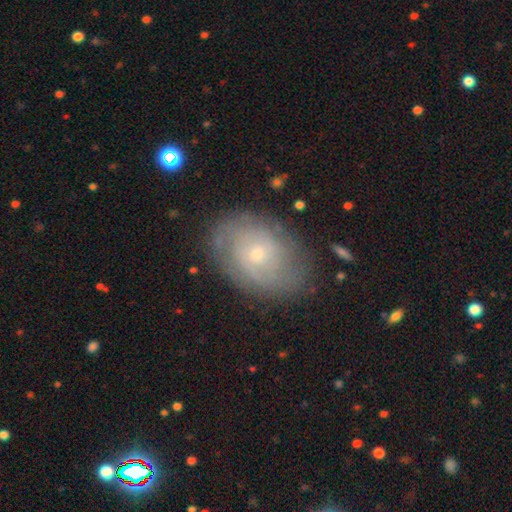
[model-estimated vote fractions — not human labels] Smooth or featured? featured or disk (67%)
Edge-on disk? no (95%)
Bar? no (75%)
Spiral arms? yes (85%)
Spiral winding? tight (66%)
Spiral arm count? can't tell (47%)
Bulge size? small (67%)
Merging? none (79%)